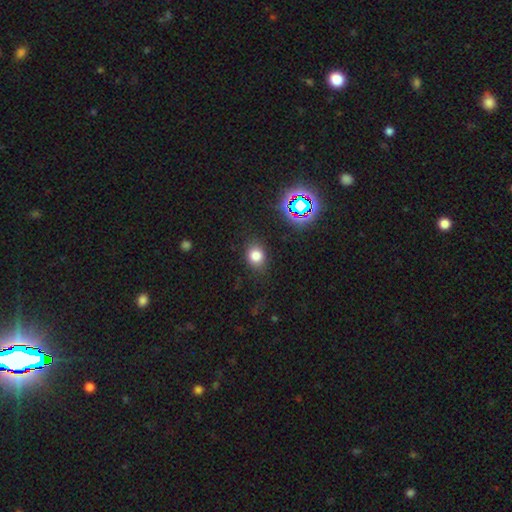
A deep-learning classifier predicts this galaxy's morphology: smooth_or_featured: smooth (p=0.75) [alt: star or artifact p=0.17]
how_rounded: round (p=0.56) [alt: in between p=0.43]
merging: none (p=0.82) [alt: minor disturbance p=0.12]